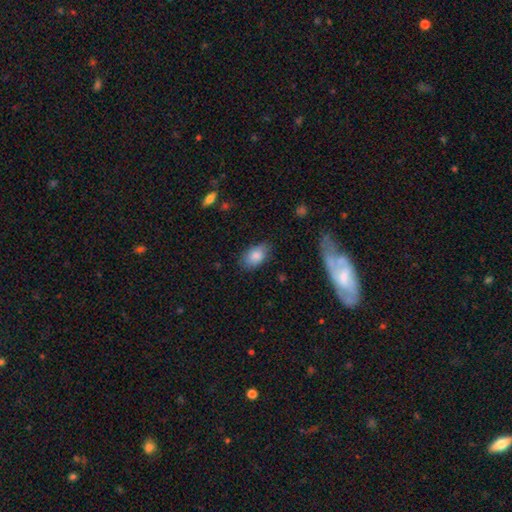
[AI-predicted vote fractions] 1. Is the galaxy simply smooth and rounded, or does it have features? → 85% smooth, 8% featured or disk, 7% star or artifact.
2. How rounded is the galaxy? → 90% in between, 8% round, 2% cigar-shaped.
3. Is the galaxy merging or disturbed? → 79% none, 16% minor disturbance, 4% major disturbance, 1% merger.